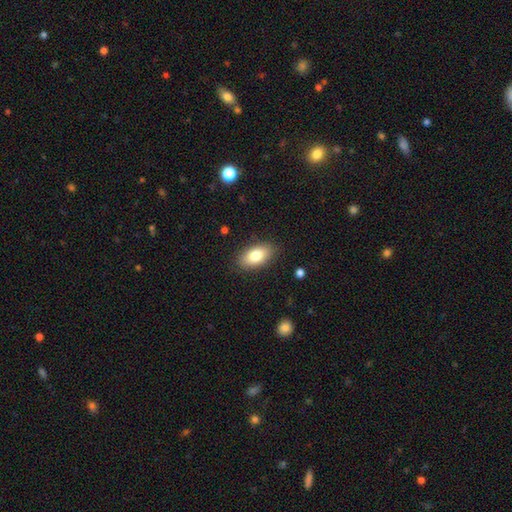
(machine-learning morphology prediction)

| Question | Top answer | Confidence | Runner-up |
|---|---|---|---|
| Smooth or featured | smooth | 80% | featured or disk (13%) |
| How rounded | in between | 92% | round (4%) |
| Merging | none | 86% | minor disturbance (10%) |